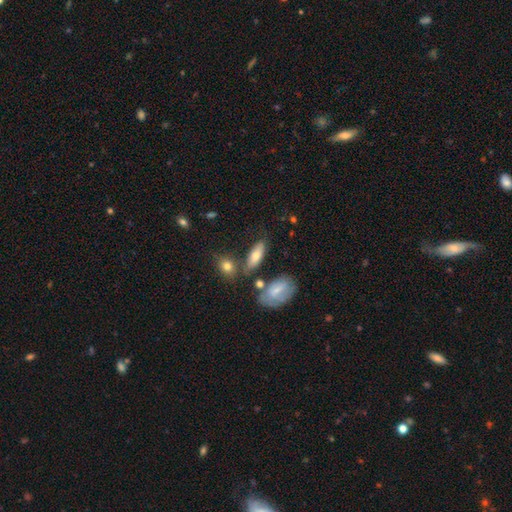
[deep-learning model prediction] Smooth or featured: smooth — 67% (featured or disk — 24%)
How rounded: in between — 67% (cigar-shaped — 29%)
Merging: none — 65% (minor disturbance — 17%)